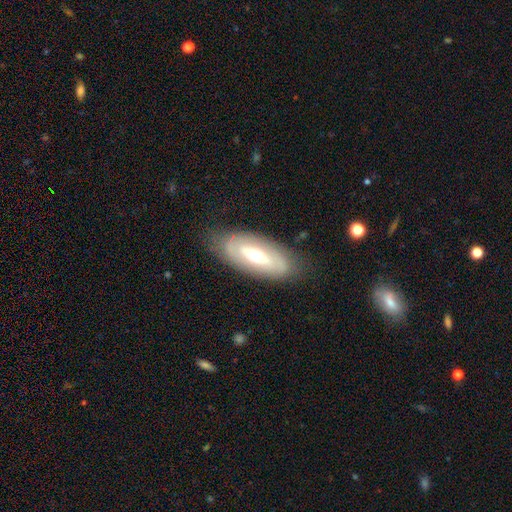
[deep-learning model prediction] featured or disk 55%, smooth 38%, star or artifact 6%. Down the decision tree: edge-on disk — no (83%); merging — none (77%).